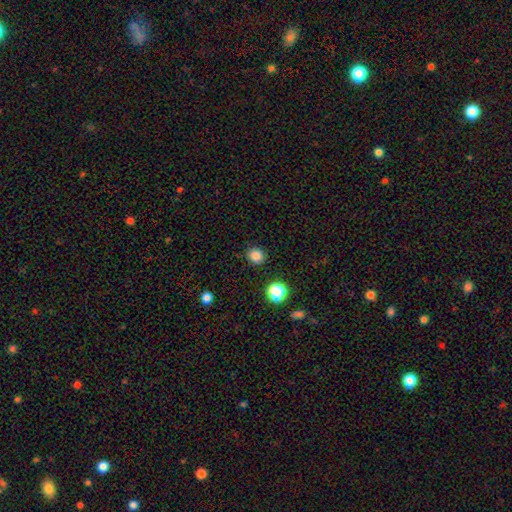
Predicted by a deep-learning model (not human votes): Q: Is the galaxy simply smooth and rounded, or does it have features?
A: smooth — 83%.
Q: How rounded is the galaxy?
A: round — 84%.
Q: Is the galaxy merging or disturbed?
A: none — 88%.